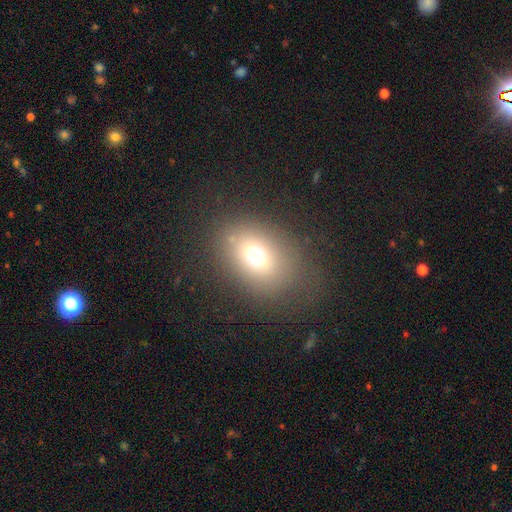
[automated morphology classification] This is likely a smooth galaxy (69%). How rounded: possibly in between (58%). Merging: likely none (75%).